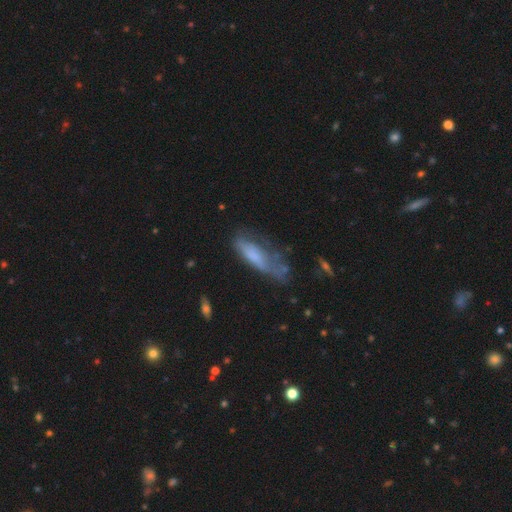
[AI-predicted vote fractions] The model was most divided on "how rounded": in between: 53%, cigar-shaped: 45%, round: 2%. Remaining: smooth or featured — smooth (51%); merging — none (39%).